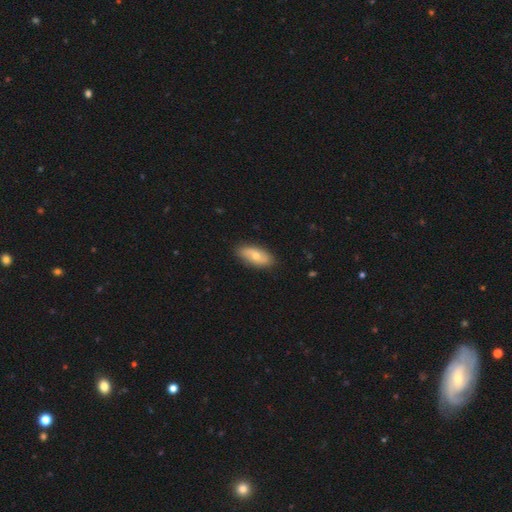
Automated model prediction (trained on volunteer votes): This is possibly a smooth galaxy (54%). How rounded: clearly in between (87%). Merging: clearly none (85%).